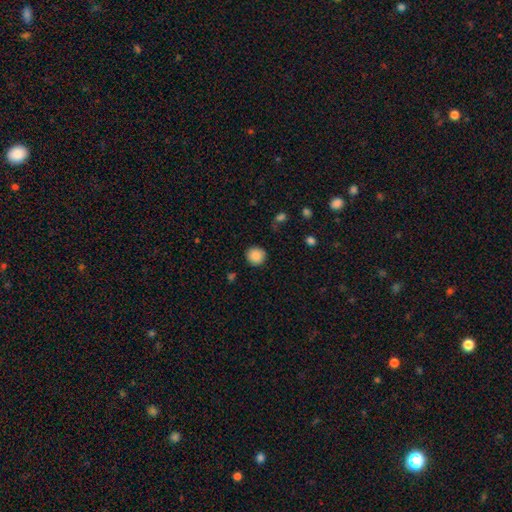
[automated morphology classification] This appears to be a smooth galaxy with no disk features (87%) that is round (93%). Merging: none (89%).